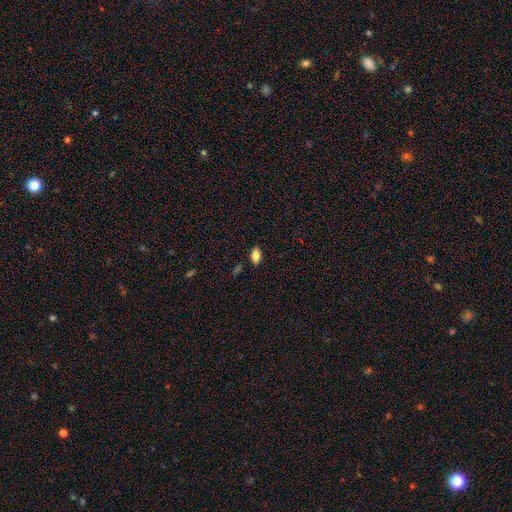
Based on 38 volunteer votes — Q: Smooth or featured?
A: smooth (89%); runner-up: featured or disk (5%)
Q: How rounded?
A: in between (85%); runner-up: cigar-shaped (12%)
Q: Merging?
A: none (81%); runner-up: minor disturbance (19%)